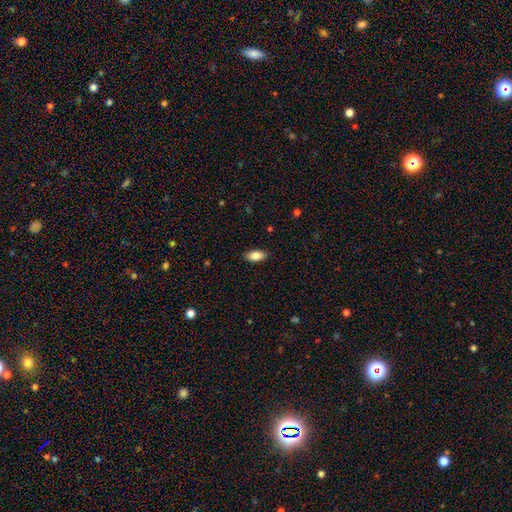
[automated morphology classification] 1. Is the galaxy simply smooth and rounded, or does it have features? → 86% smooth, 7% featured or disk, 7% star or artifact.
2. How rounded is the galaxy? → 92% in between, 6% cigar-shaped, 3% round.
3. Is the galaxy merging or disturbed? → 88% none, 9% minor disturbance, 2% major disturbance, 1% merger.